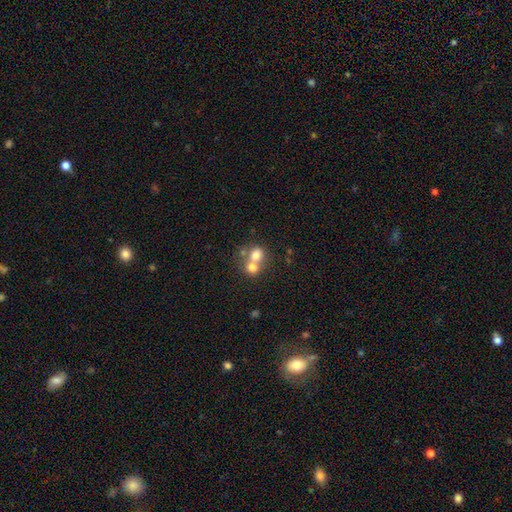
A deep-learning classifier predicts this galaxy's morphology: Overall: smooth (70%). How rounded: round (70%). Merging: merger (64%; none 28%).